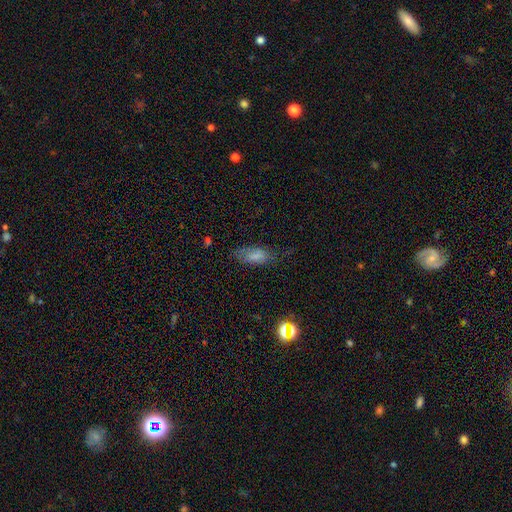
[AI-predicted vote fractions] This is likely a smooth galaxy (73%). How rounded: clearly in between (86%). Merging: possibly none (57%).